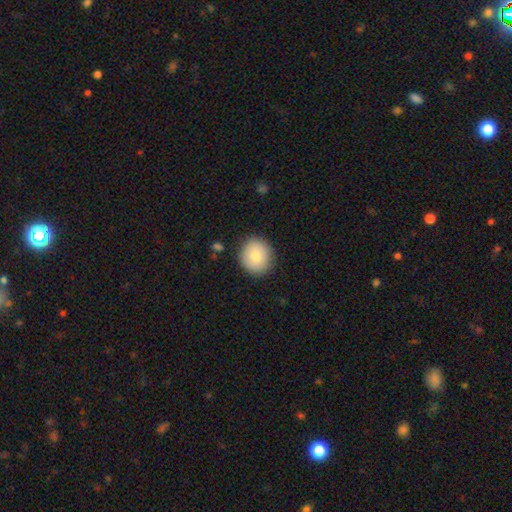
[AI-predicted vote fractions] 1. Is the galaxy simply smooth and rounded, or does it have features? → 82% smooth, 10% featured or disk, 8% star or artifact.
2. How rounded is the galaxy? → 84% round, 15% in between, 1% cigar-shaped.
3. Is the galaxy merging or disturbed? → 88% none, 9% minor disturbance, 2% major disturbance, 1% merger.